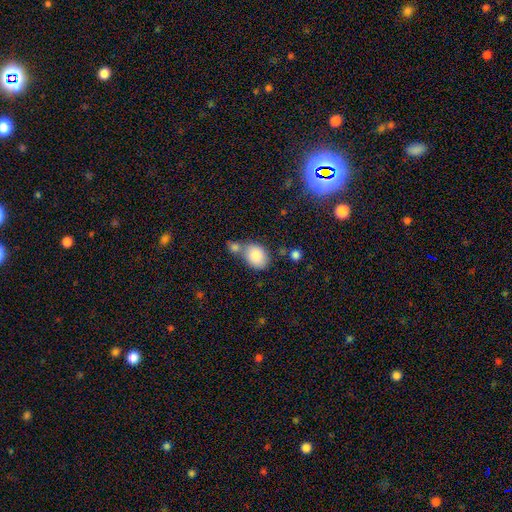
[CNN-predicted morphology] type=smooth (85%); roundness=in between (65%); merging=none (48%).